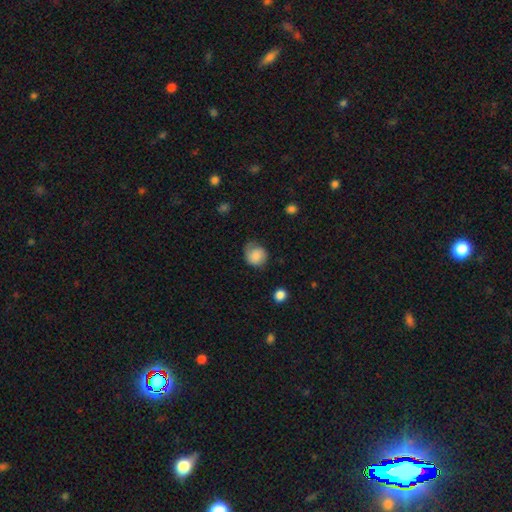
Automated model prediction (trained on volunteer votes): smooth_or_featured: smooth (p=0.74) [alt: featured or disk p=0.18]
how_rounded: round (p=0.77) [alt: in between p=0.22]
merging: none (p=0.52) [alt: minor disturbance p=0.31]